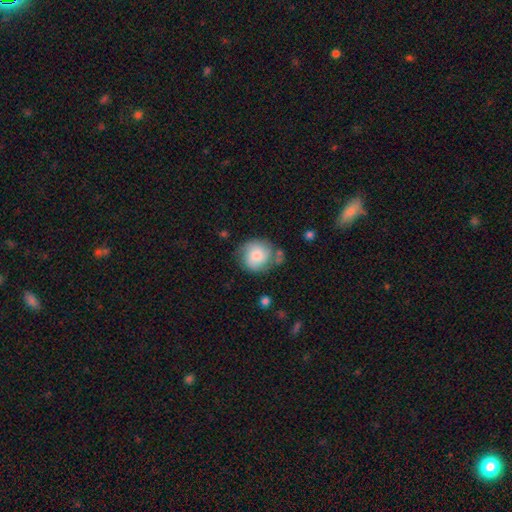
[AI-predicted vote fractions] A smooth galaxy with no disk features (68%) that is round (83%). Merging: none (58%).